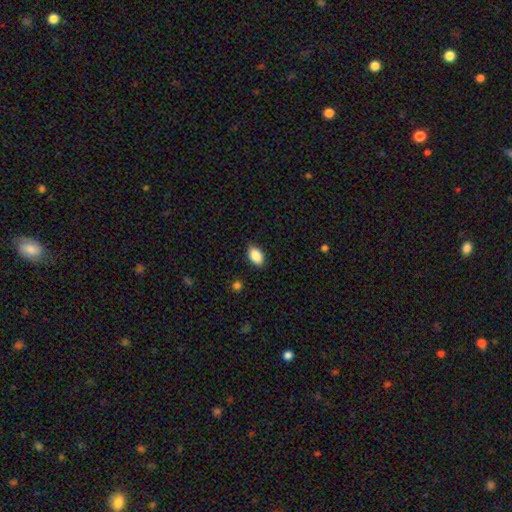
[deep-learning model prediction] This appears to be a smooth galaxy with no disk features (88%) that is in between round and cigar-shaped (90%). Merging: none (86%).